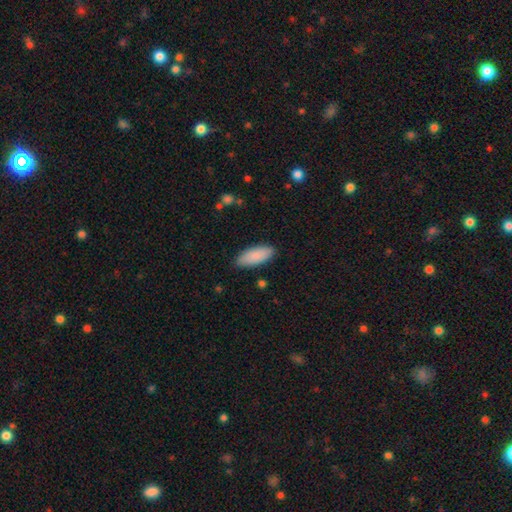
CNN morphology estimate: smooth 89%, star or artifact 6%, featured or disk 6%. Down the decision tree: how rounded — in between (81%); merging — none (87%).